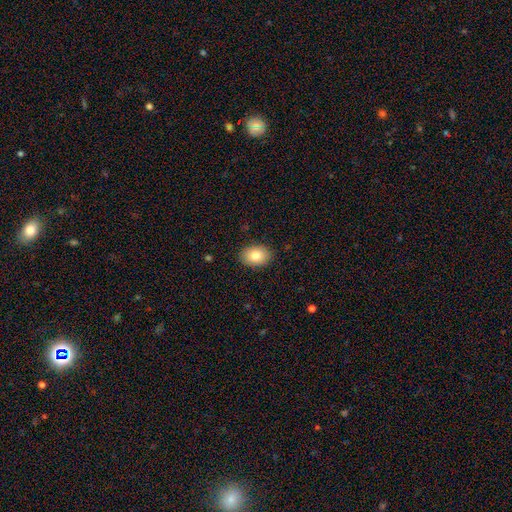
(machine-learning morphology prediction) type=smooth (82%); roundness=in between (67%); merging=none (89%).